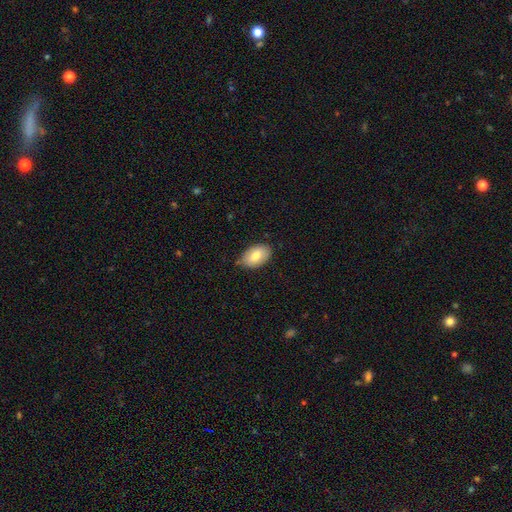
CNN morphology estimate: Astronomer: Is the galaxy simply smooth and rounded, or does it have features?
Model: smooth — 79%.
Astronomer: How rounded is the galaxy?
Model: in between — 93%.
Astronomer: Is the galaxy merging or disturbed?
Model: none — 78%.